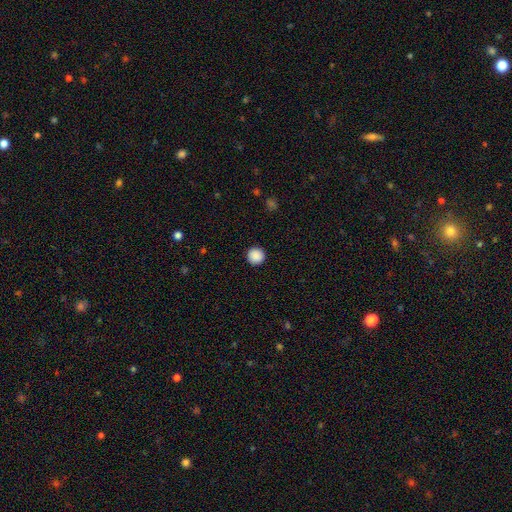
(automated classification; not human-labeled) smooth-or-featured: smooth: 89% | star or artifact: 9% | featured or disk: 2%
  how-rounded: round: 96% | in between: 3% | cigar-shaped: 1%
  merging: none: 93% | minor disturbance: 5% | major disturbance: 2% | merger: 1%